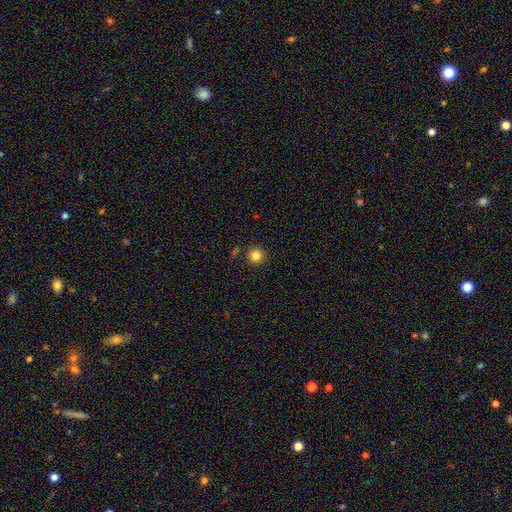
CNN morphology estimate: Smooth or featured?
  - smooth: 82% *
  - star or artifact: 12%
  - featured or disk: 5%
How rounded?
  - round: 94% *
  - in between: 5%
  - cigar-shaped: 1%
Merging?
  - none: 90% *
  - minor disturbance: 6%
  - merger: 2%
  - major disturbance: 2%